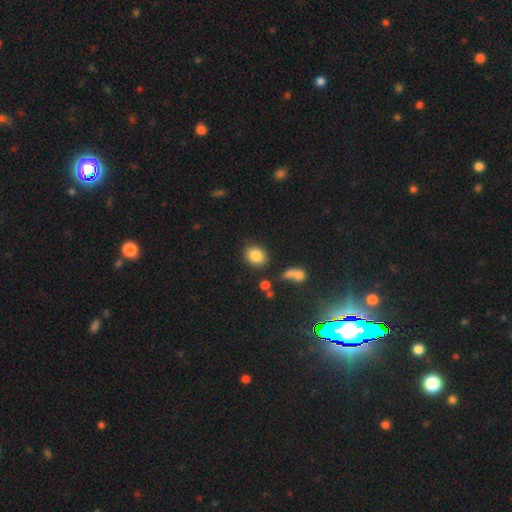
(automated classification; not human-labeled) smooth 85%, star or artifact 9%, featured or disk 5%. Down the decision tree: how rounded — round (52%); merging — none (79%).